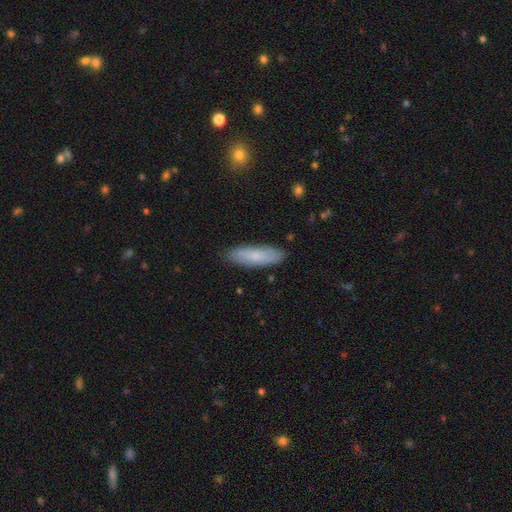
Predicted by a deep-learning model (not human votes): smooth-or-featured: smooth: 72% | featured or disk: 22% | star or artifact: 6%
  how-rounded: cigar-shaped: 55% | in between: 43% | round: 2%
  merging: none: 86% | minor disturbance: 11% | major disturbance: 2% | merger: 1%